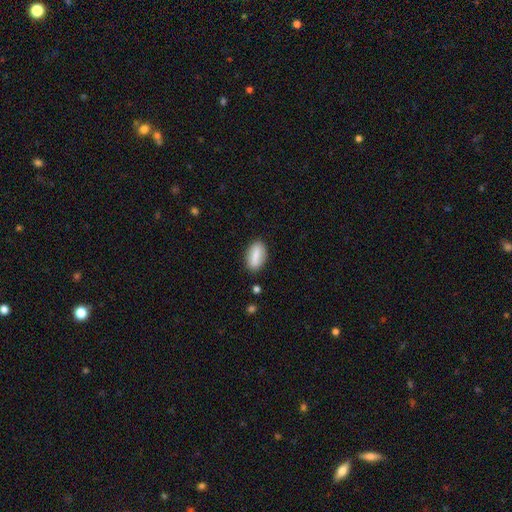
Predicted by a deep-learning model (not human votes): Smooth or featured? Predicted: smooth (p=0.77). How rounded? Predicted: in between (p=0.86). Merging? Predicted: none (p=0.85).